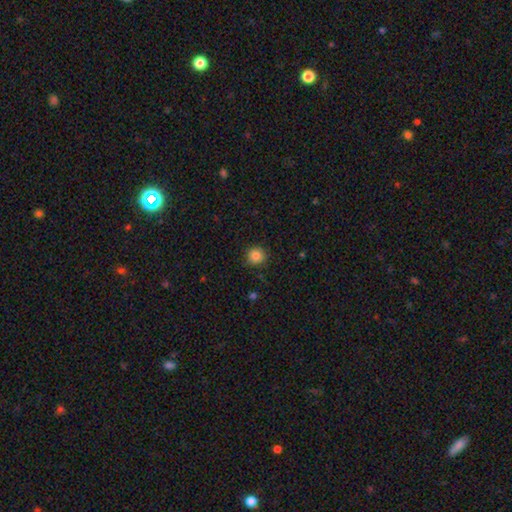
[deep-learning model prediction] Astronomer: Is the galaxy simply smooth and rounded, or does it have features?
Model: smooth — 86%.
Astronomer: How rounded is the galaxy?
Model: round — 92%.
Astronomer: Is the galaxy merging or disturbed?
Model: none — 89%.